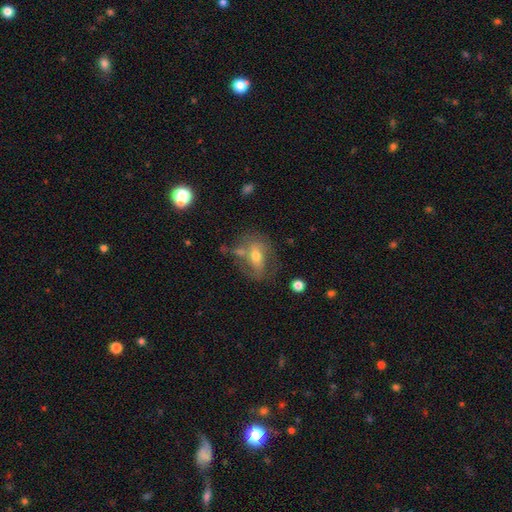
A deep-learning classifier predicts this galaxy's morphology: Smooth or featured? Predicted: featured or disk (p=0.57). Edge-on disk? Predicted: no (p=0.91). Bar? Predicted: no (p=0.45). Spiral arms? Predicted: yes (p=0.61). Bulge size? Predicted: moderate (p=0.64). Merging? Predicted: none (p=0.51).